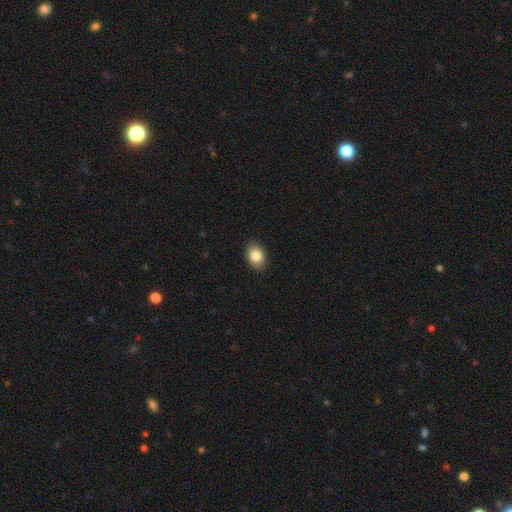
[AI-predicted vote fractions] A smooth galaxy with no disk features (85%) that is in between round and cigar-shaped (76%).

Vote fractions:
- Smooth or featured? smooth: 85% / star or artifact: 8% / featured or disk: 7%
- How rounded? in between: 76% / round: 23% / cigar-shaped: 1%
- Merging? none: 88% / minor disturbance: 9% / major disturbance: 2% / merger: 1%